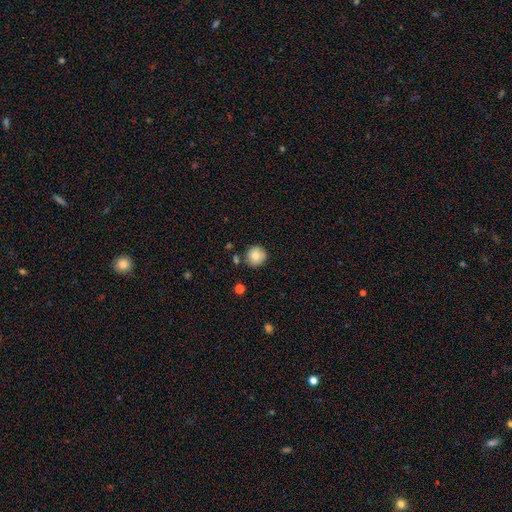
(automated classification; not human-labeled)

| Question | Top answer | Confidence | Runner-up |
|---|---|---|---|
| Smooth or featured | smooth | 79% | featured or disk (11%) |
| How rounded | round | 93% | in between (6%) |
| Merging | none | 84% | minor disturbance (9%) |